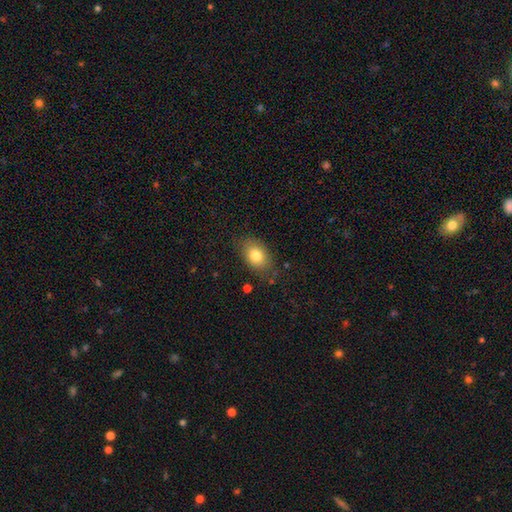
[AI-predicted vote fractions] The model was most divided on "how rounded": in between: 80%, round: 19%, cigar-shaped: 1%. More confident: smooth or featured — smooth (79%); merging — none (78%).